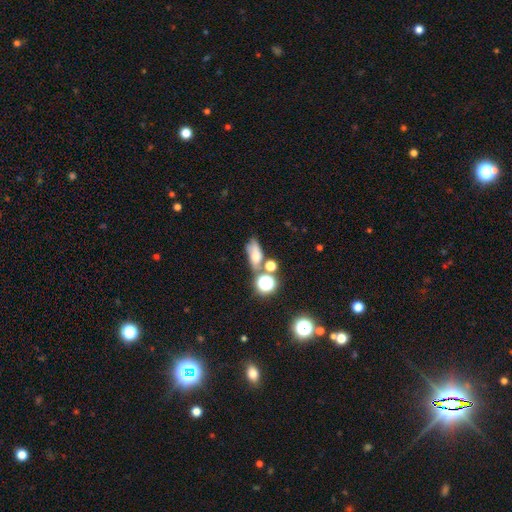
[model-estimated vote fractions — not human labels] A smooth galaxy with no disk features (61%) that is in between round and cigar-shaped (68%). Merging: none (45%).